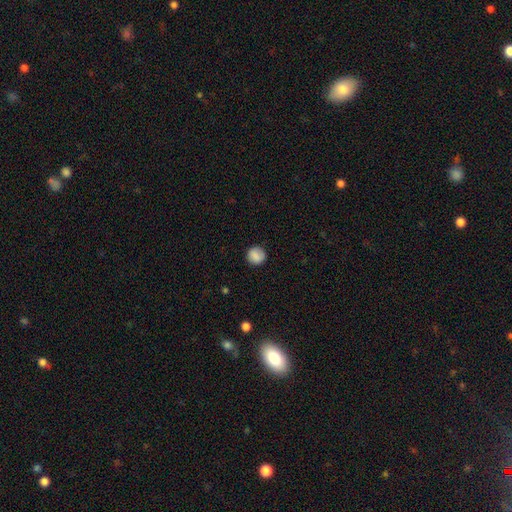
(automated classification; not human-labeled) Smooth or featured: smooth — 85% (star or artifact — 8%)
How rounded: round — 92% (in between — 7%)
Merging: none — 87% (minor disturbance — 9%)